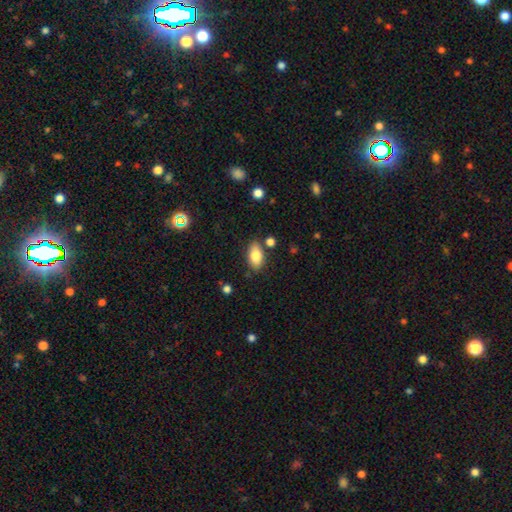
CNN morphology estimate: Smooth or featured: smooth — 81% (featured or disk — 11%)
How rounded: in between — 91% (round — 5%)
Merging: none — 78% (minor disturbance — 13%)